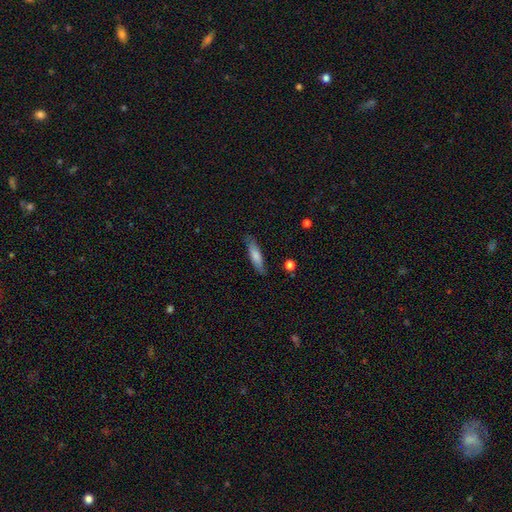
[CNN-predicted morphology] Smooth or featured: smooth — 75% (featured or disk — 19%)
How rounded: cigar-shaped — 69% (in between — 29%)
Merging: none — 82% (minor disturbance — 14%)